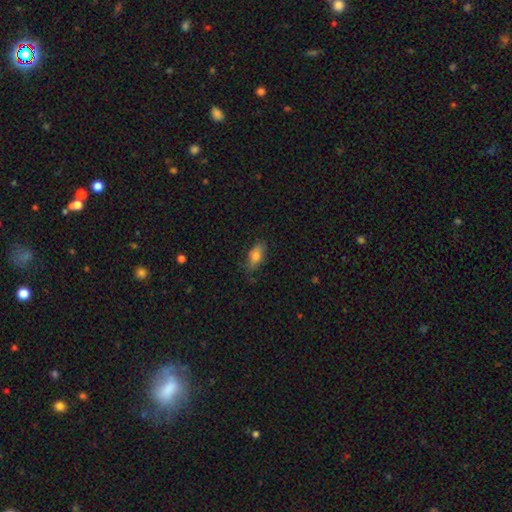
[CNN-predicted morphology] smooth_or_featured: smooth (p=0.78) [alt: featured or disk p=0.14]
how_rounded: in between (p=0.85) [alt: cigar-shaped p=0.11]
merging: none (p=0.73) [alt: minor disturbance p=0.21]